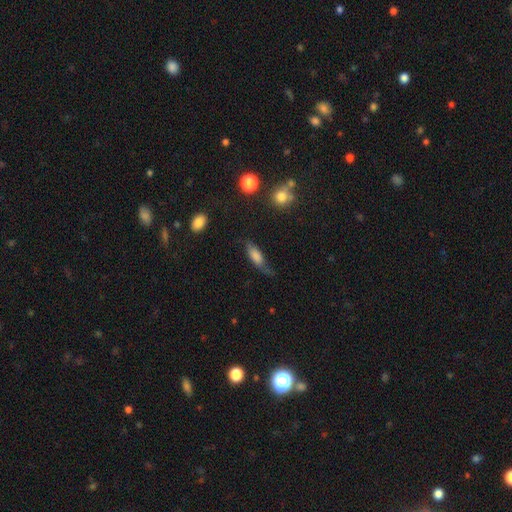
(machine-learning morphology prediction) Smooth or featured: smooth — 70% (featured or disk — 21%)
How rounded: in between — 62% (cigar-shaped — 34%)
Merging: none — 50% (minor disturbance — 31%)